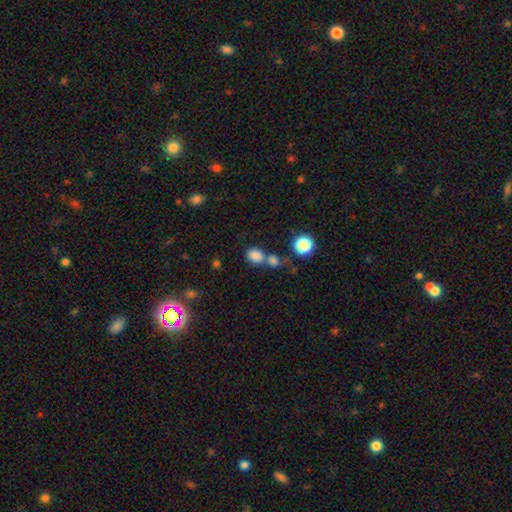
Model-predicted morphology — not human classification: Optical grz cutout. It shows a smooth galaxy with no disk features (81%) that is in between round and cigar-shaped (55%). Merging: none (45%).